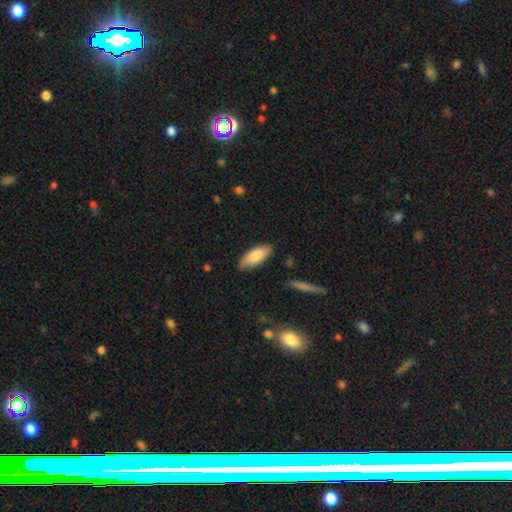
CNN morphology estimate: This appears to be a smooth galaxy with no disk features (82%) that is in between round and cigar-shaped (75%). Merging: none (84%).